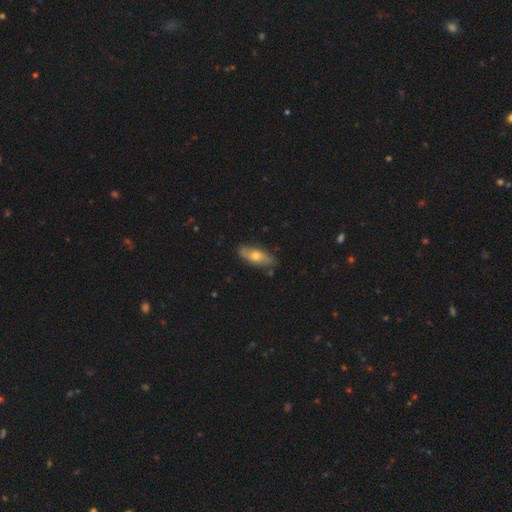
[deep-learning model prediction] Morphology: type=smooth (51%); roundness=in between (73%); merging=none (80%).